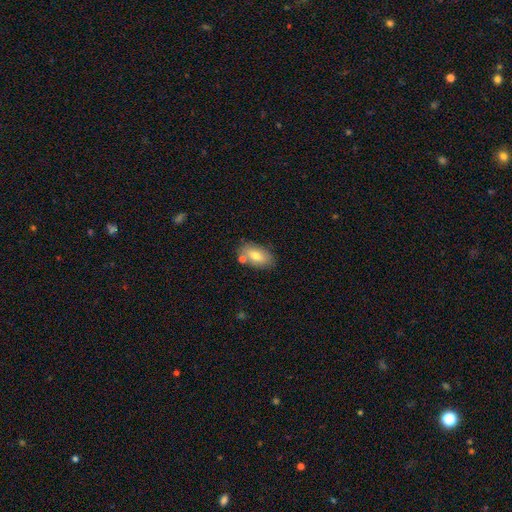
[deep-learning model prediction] A smooth galaxy with no disk features (72%) that is in between round and cigar-shaped (91%).

Vote fractions:
- Smooth or featured? smooth: 72% / featured or disk: 20% / star or artifact: 7%
- How rounded? in between: 91% / round: 5% / cigar-shaped: 3%
- Merging? none: 73% / minor disturbance: 14% / merger: 10% / major disturbance: 3%